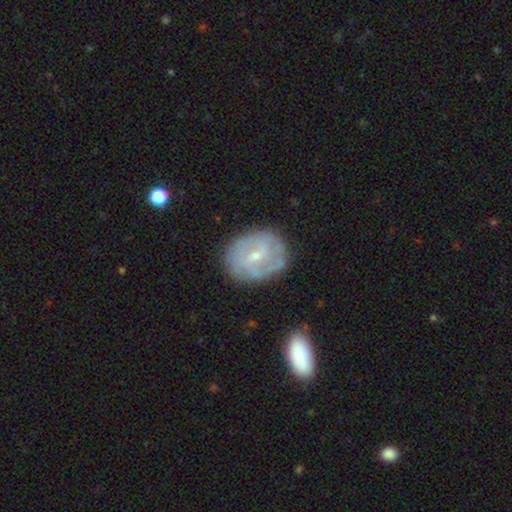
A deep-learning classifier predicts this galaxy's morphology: This is likely a featured or disk galaxy (70%). It is clearly not viewed edge-on (97%). Bar: possibly weak (49%). Spiral arm pattern: likely yes (79%). Spiral arm count: marginally 2 (41%). Spiral winding: possibly tight (48%). Central bulge: likely small (67%). Merging: likely none (74%).